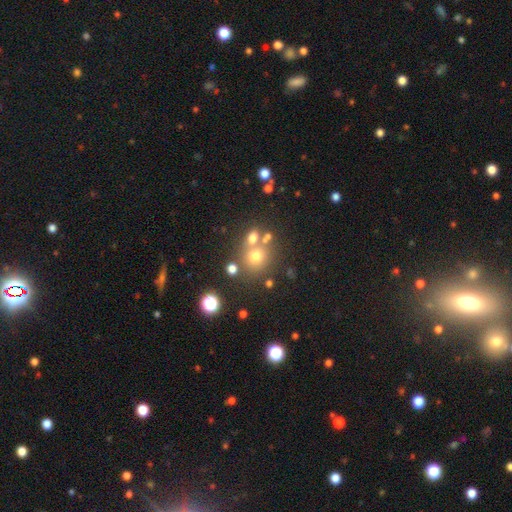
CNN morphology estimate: smooth_or_featured: smooth (p=0.66) [alt: star or artifact p=0.20]
how_rounded: round (p=0.83) [alt: in between p=0.16]
merging: none (p=0.60) [alt: merger p=0.25]